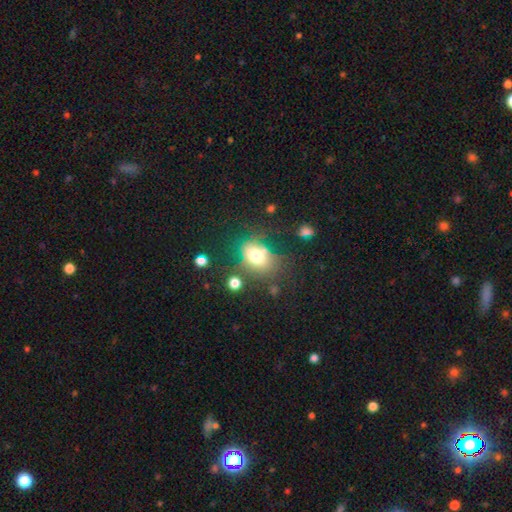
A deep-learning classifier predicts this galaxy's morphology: Smooth or featured? smooth (69%)
How rounded? in between (72%)
Merging? none (49%)